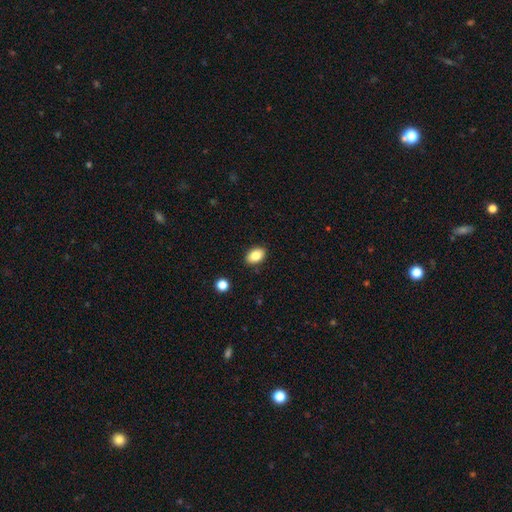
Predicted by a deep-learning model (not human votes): smooth_or_featured: smooth (p=0.84) [alt: star or artifact p=0.08]
how_rounded: in between (p=0.85) [alt: round p=0.14]
merging: none (p=0.88) [alt: minor disturbance p=0.09]